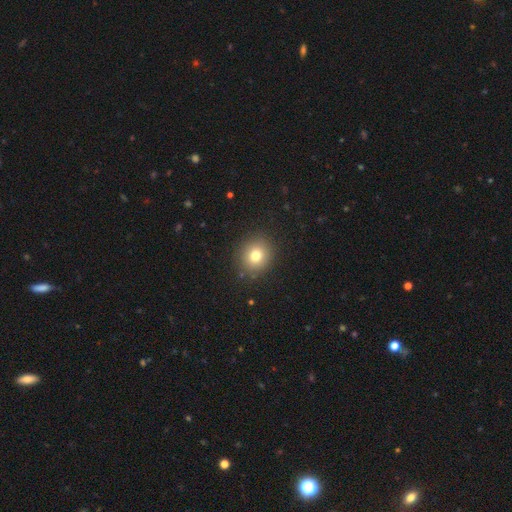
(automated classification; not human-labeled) Morphology: type=smooth (78%); roundness=round (82%); merging=none (89%).